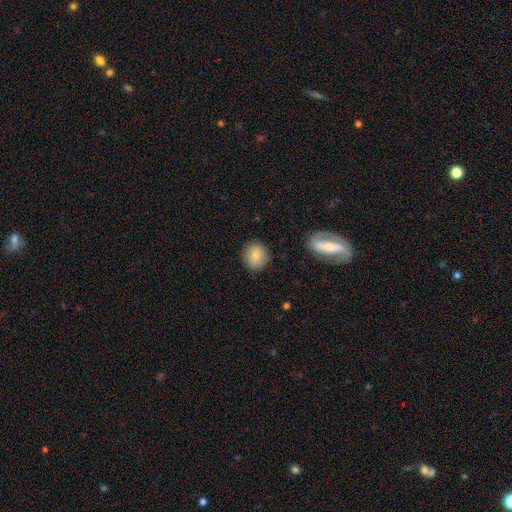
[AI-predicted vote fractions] Smooth or featured? smooth (81%)
How rounded? round (85%)
Merging? none (87%)